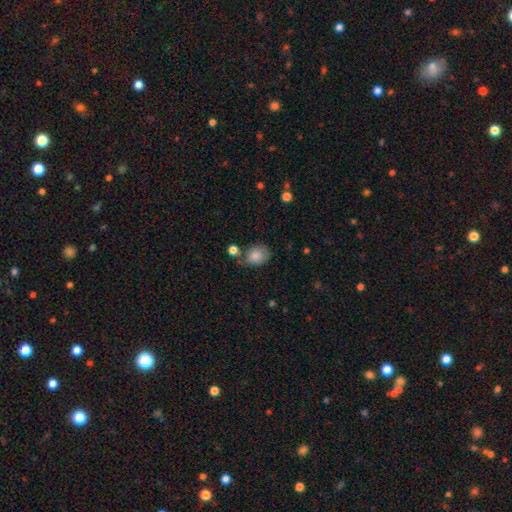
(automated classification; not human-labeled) This appears to be a smooth galaxy with no disk features (84%) that is round (50%). Merging: none (60%).